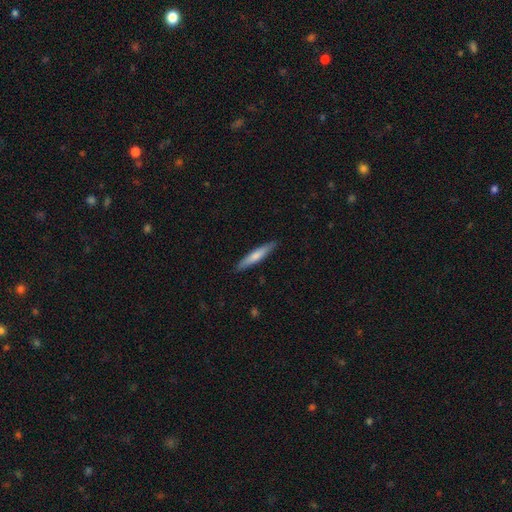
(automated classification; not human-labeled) Smooth or featured?
  - smooth: 67% *
  - featured or disk: 28%
  - star or artifact: 5%
How rounded?
  - cigar-shaped: 91% *
  - in between: 7%
  - round: 1%
Merging?
  - none: 90% *
  - minor disturbance: 8%
  - major disturbance: 1%
  - merger: 1%